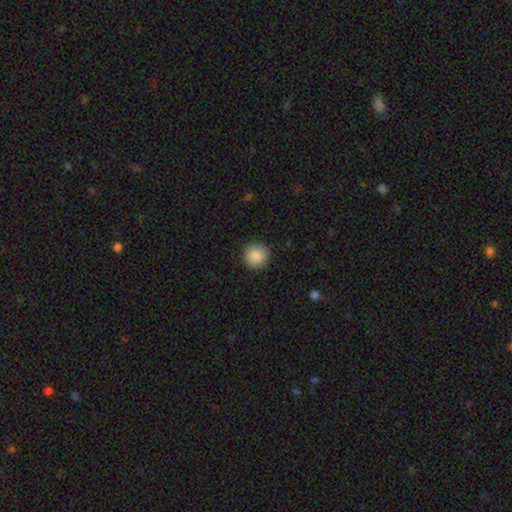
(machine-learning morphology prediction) This appears to be a smooth galaxy with no disk features (89%) that is round (95%). Merging: none (91%).